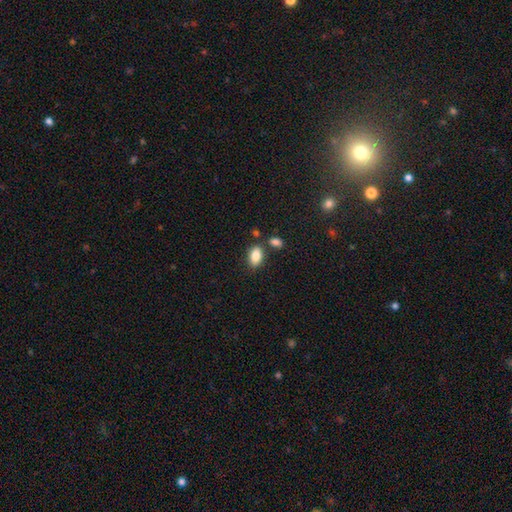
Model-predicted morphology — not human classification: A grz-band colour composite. It shows a smooth galaxy with no disk features (86%) that is in between round and cigar-shaped (90%). Merging: none (72%).